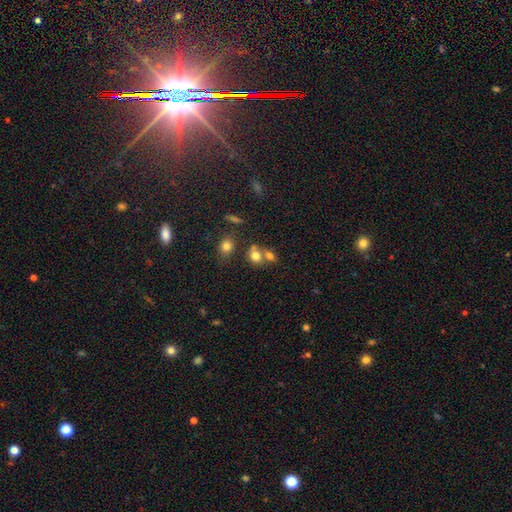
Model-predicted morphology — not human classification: A smooth galaxy with no disk features (74%) that is round (64%). Merging: merger (46%).